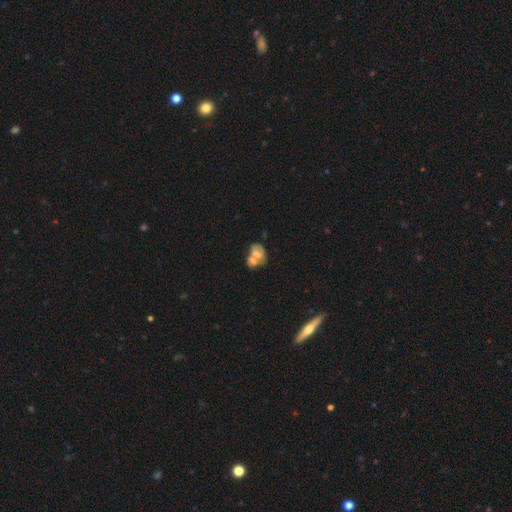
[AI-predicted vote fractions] Smooth or featured? smooth (54%)
How rounded? in between (73%)
Merging? merger (63%)